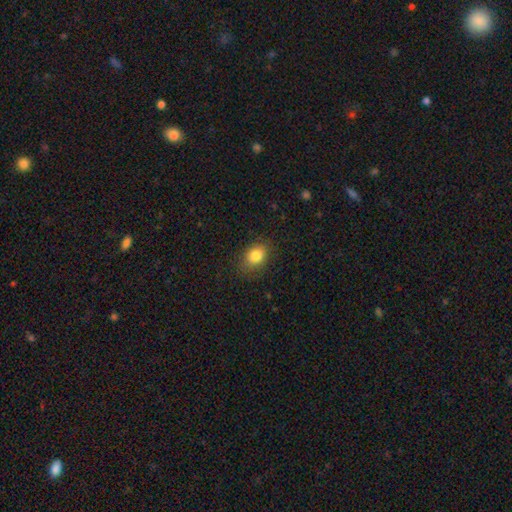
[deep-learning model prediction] Smooth or featured: smooth — 83% (star or artifact — 10%)
How rounded: in between — 63% (round — 36%)
Merging: none — 81% (minor disturbance — 14%)